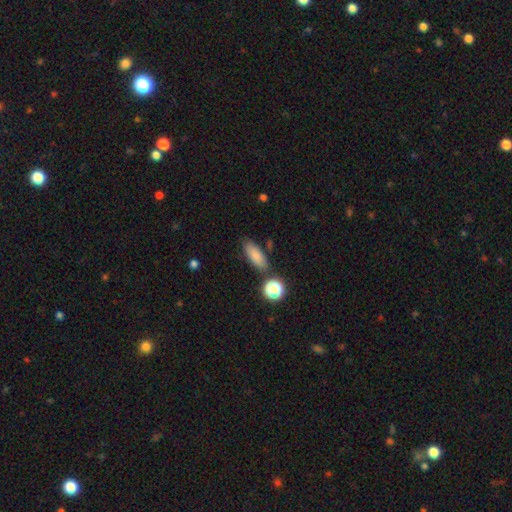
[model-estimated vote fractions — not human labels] This is clearly a smooth galaxy (83%). How rounded: likely in between (72%). Merging: likely none (78%).